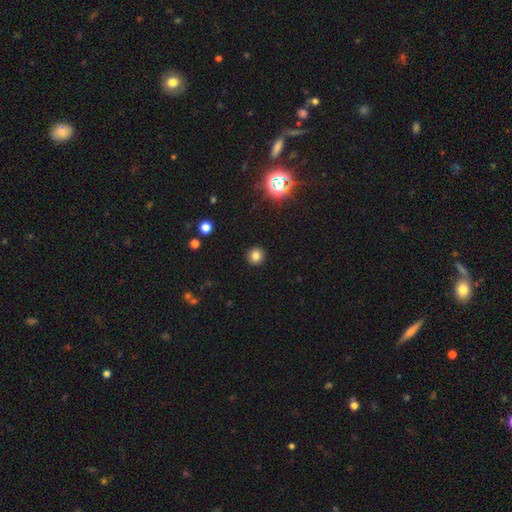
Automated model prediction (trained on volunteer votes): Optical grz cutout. It shows a smooth galaxy with no disk features (80%) that is round (93%). Merging: none (92%).